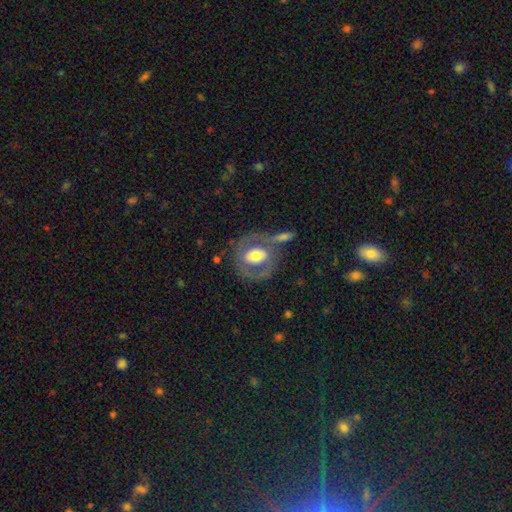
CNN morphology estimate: Q: Smooth or featured?
A: featured or disk (56%); runner-up: smooth (38%)
Q: Edge-on disk?
A: no (94%); runner-up: yes (6%)
Q: Bar?
A: no (52%); runner-up: weak (29%)
Q: Spiral arms?
A: no (60%); runner-up: yes (40%)
Q: Bulge size?
A: moderate (56%); runner-up: large (31%)
Q: Merging?
A: none (58%); runner-up: minor disturbance (16%)